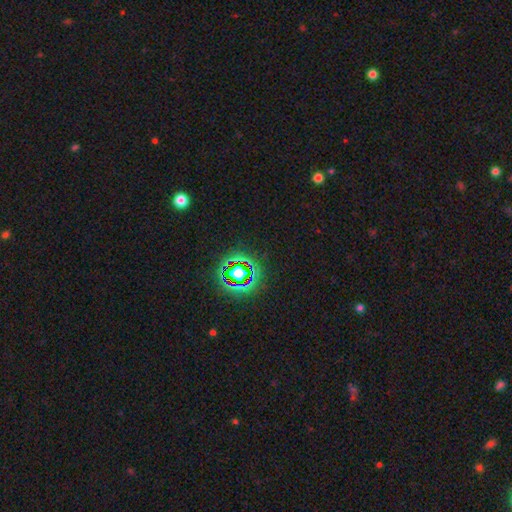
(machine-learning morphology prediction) A star or artifact, not a galaxy (75%).

Vote fractions:
- Smooth or featured? star or artifact: 75% / smooth: 16% / featured or disk: 8%